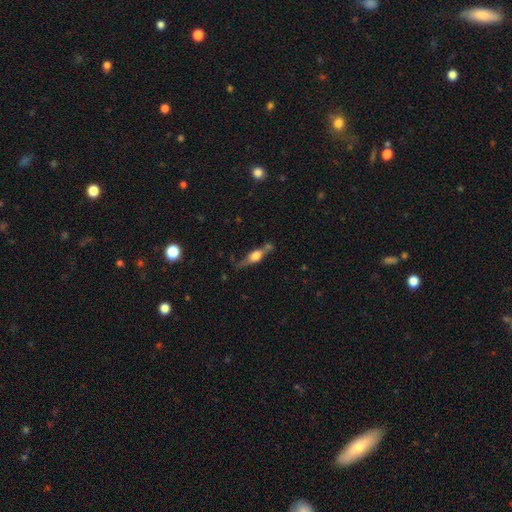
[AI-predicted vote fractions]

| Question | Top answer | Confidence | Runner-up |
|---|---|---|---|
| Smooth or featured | featured or disk | 59% | smooth (33%) |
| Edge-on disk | yes | 89% | no (11%) |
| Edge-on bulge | rounded | 89% | boxy (8%) |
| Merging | none | 60% | minor disturbance (21%) |